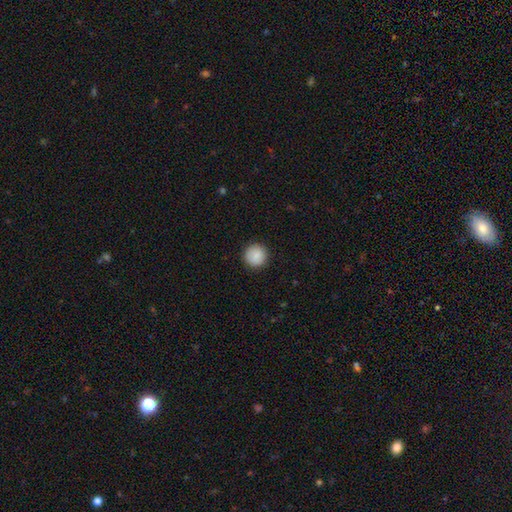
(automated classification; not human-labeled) Morphology: type=smooth (88%); roundness=round (96%); merging=none (91%).